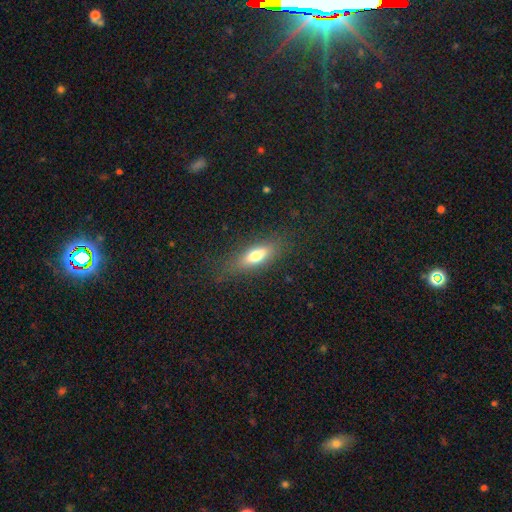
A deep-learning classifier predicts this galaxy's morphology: smooth 66%, featured or disk 26%, star or artifact 8%. Down the decision tree: how rounded — in between (58%); merging — none (79%).